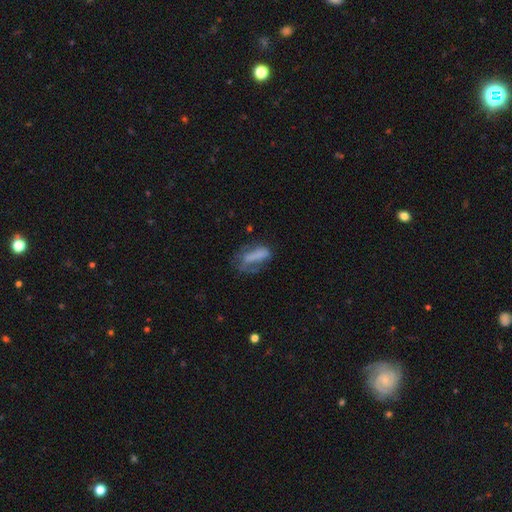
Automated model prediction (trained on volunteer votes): Q: Smooth or featured?
A: smooth (57%); runner-up: featured or disk (31%)
Q: How rounded?
A: in between (64%); runner-up: cigar-shaped (31%)
Q: Merging?
A: major disturbance (39%); runner-up: none (32%)